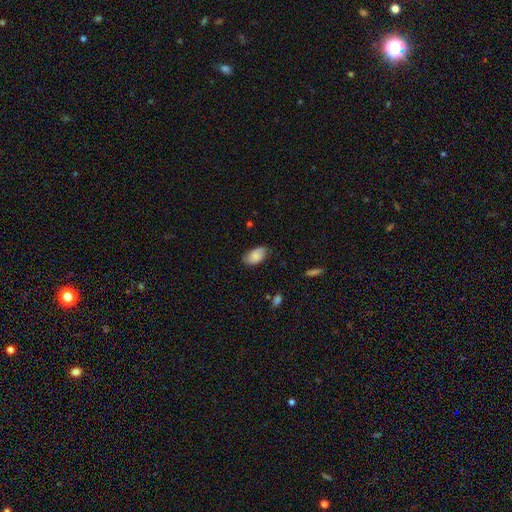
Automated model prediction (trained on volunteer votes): This appears to be a smooth galaxy with no disk features (70%) that is in between round and cigar-shaped (92%). Merging: none (68%).